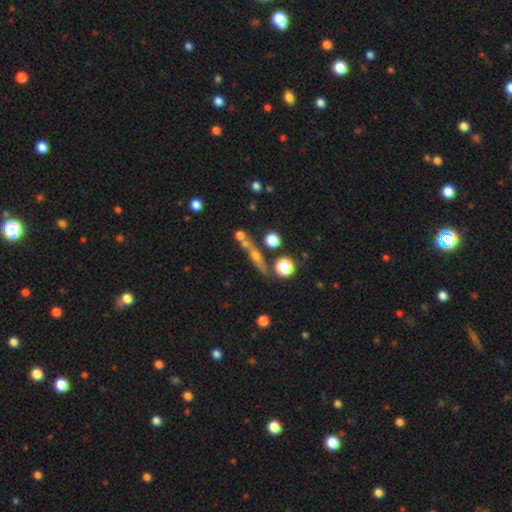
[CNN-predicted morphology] The model was most divided on "smooth or featured": featured or disk: 46%, smooth: 41%, star or artifact: 13%. More confident: merging — none (67%).